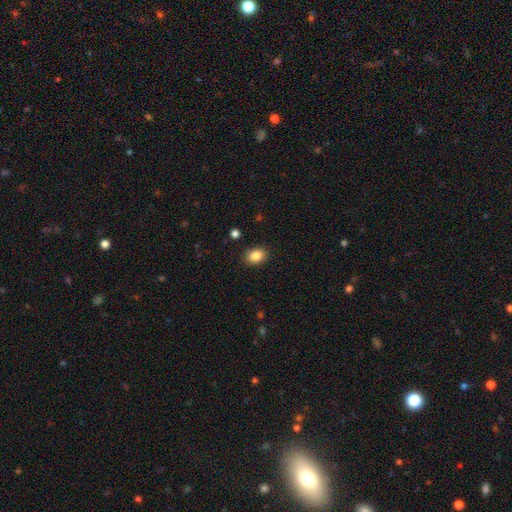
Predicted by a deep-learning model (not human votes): Smooth or featured: smooth — 86% (star or artifact — 9%)
How rounded: in between — 72% (round — 27%)
Merging: none — 88% (minor disturbance — 9%)